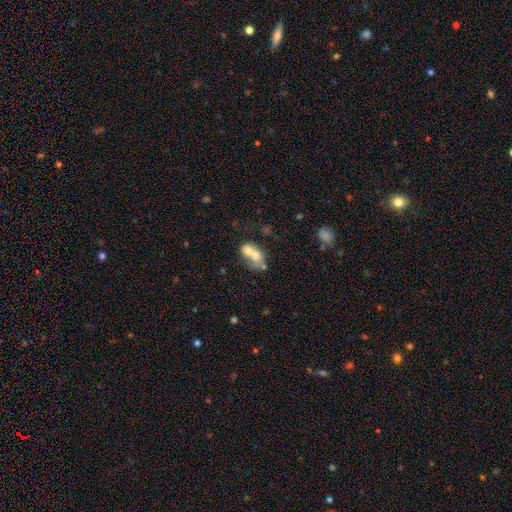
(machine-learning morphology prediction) smooth_or_featured: smooth (p=0.61) [alt: featured or disk p=0.29]
how_rounded: in between (p=0.64) [alt: round p=0.34]
merging: merger (p=0.70) [alt: none p=0.17]